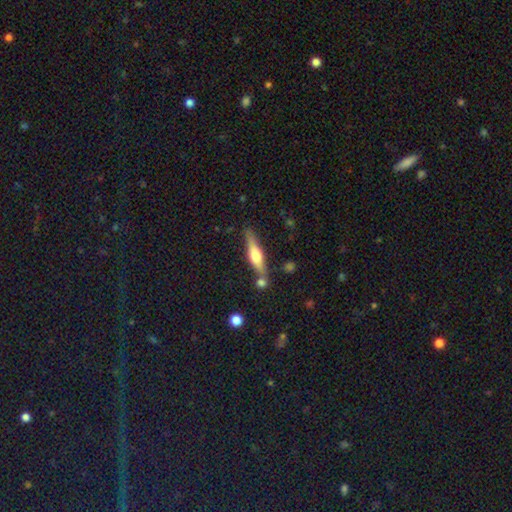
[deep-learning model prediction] This appears to be a featured or disk galaxy (55%) viewed edge-on (94%) with a rounded central bulge (87%). Merging: none (72%).